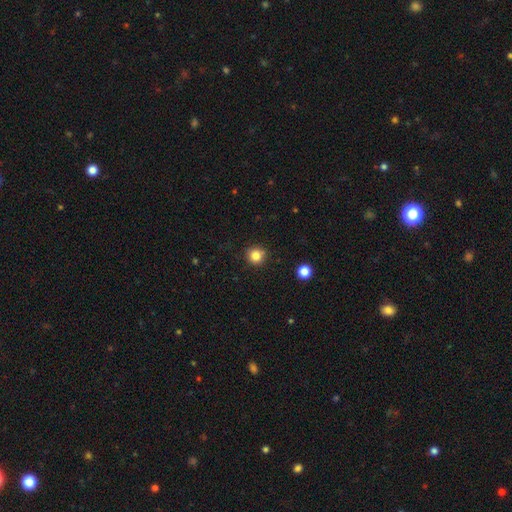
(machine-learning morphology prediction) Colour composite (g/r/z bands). It shows a smooth galaxy with no disk features (83%) that is round (93%). Merging: none (90%).